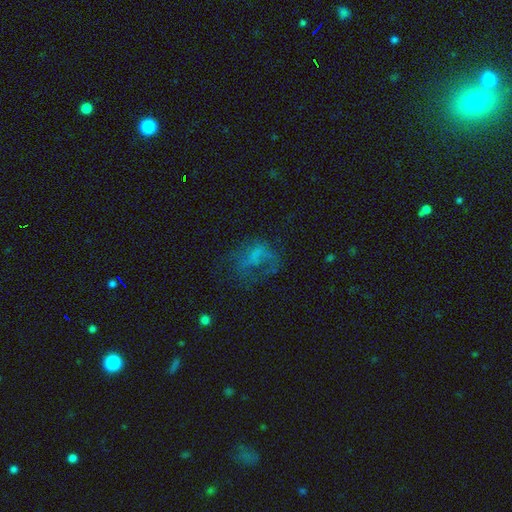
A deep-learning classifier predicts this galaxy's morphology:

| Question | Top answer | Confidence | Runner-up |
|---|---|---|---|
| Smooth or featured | smooth | 41% | featured or disk (38%) |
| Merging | major disturbance | 43% | none (35%) |